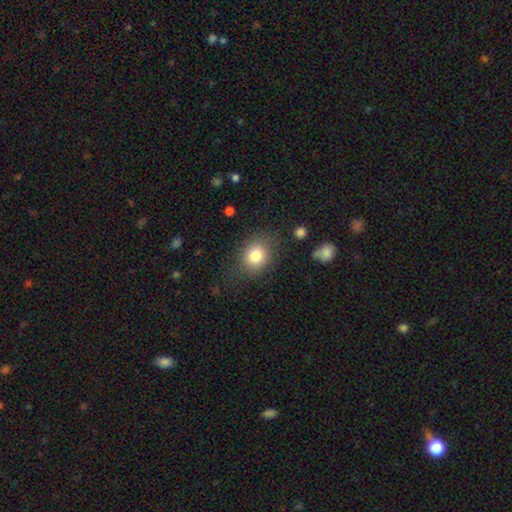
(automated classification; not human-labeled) Smooth or featured?
  - smooth: 81% *
  - star or artifact: 10%
  - featured or disk: 9%
How rounded?
  - round: 63% *
  - in between: 36%
  - cigar-shaped: 1%
Merging?
  - none: 76% *
  - minor disturbance: 16%
  - major disturbance: 6%
  - merger: 2%